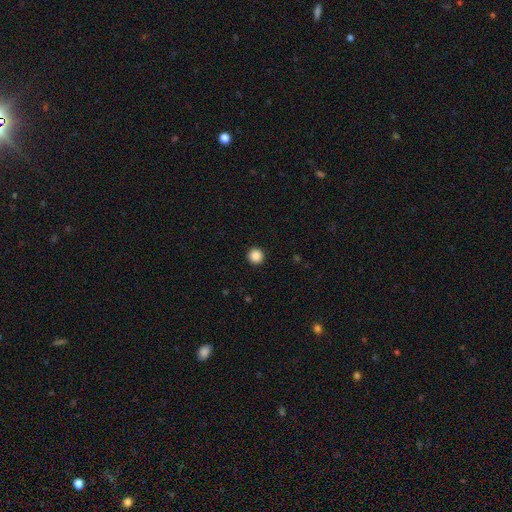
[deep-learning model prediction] A smooth galaxy with no disk features (88%) that is round (96%).

Vote fractions:
- Smooth or featured? smooth: 88% / star or artifact: 9% / featured or disk: 3%
- How rounded? round: 96% / in between: 3% / cigar-shaped: 1%
- Merging? none: 94% / minor disturbance: 4% / major disturbance: 2% / merger: 1%